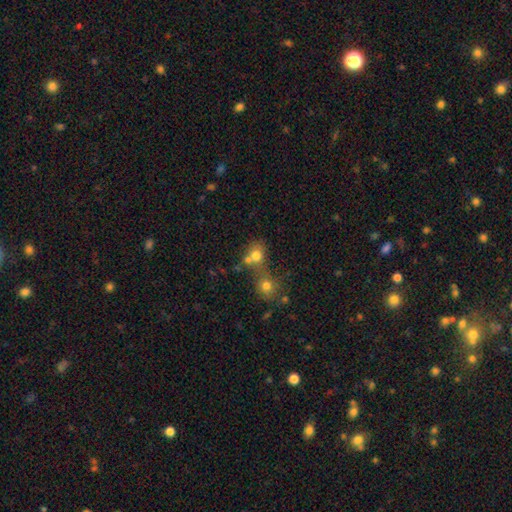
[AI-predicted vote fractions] Smooth or featured? smooth (74%)
How rounded? round (75%)
Merging? merger (53%)